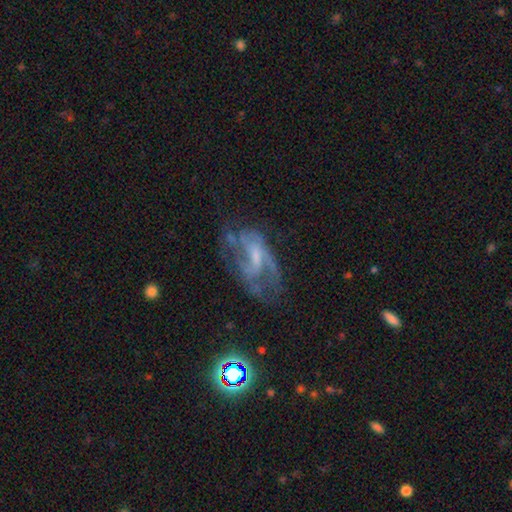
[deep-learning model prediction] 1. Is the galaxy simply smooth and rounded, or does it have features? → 75% featured or disk, 14% smooth, 11% star or artifact.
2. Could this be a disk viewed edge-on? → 95% no, 5% yes.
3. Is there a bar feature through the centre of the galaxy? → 48% weak, 35% no, 16% strong.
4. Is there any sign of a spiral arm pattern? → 81% yes, 19% no.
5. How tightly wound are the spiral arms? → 46% medium, 34% loose, 21% tight.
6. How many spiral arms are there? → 47% 2, 27% can't tell, 12% 3, 7% 1, 3% 4, 3% more than 4.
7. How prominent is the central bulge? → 43% small, 27% moderate, 26% none, 3% large, 1% dominant.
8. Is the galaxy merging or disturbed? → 47% none, 27% major disturbance, 22% minor disturbance, 4% merger.